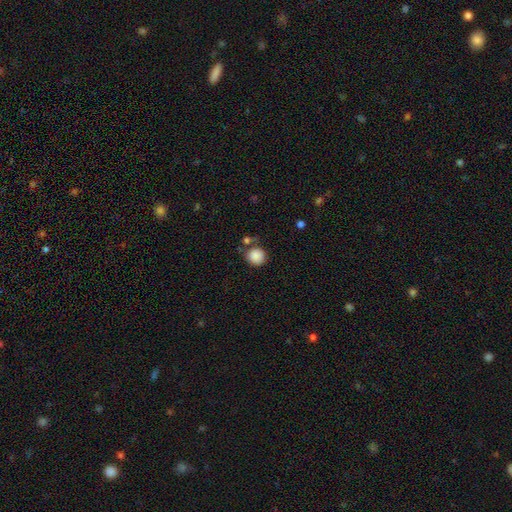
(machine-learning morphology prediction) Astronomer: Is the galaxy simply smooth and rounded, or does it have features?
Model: smooth — 87%.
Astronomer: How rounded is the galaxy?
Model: round — 90%.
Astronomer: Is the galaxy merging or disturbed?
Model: none — 69%.